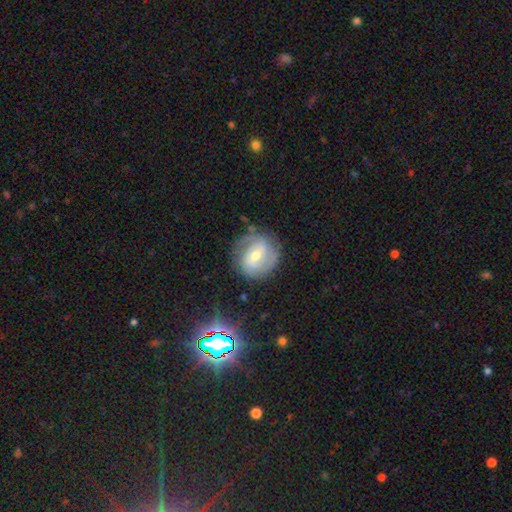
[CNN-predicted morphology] Smooth or featured? featured or disk (70%)
Edge-on disk? no (97%)
Bar? weak (50%)
Spiral arms? yes (86%)
Spiral winding? tight (45%)
Spiral arm count? 2 (60%)
Bulge size? moderate (55%)
Merging? none (72%)